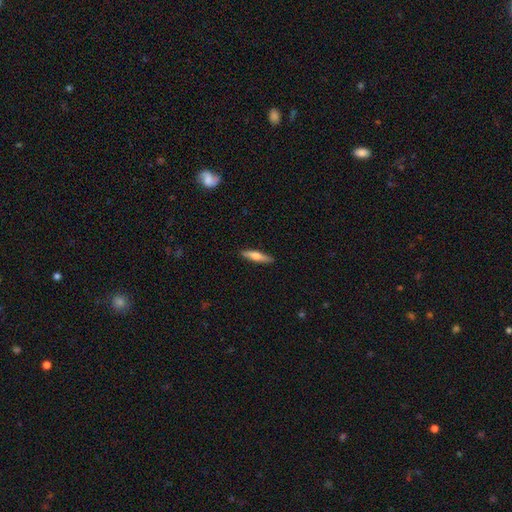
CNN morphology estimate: A smooth galaxy with no disk features (59%) that is cigar-shaped (79%).

Vote fractions:
- Smooth or featured? smooth: 59% / featured or disk: 35% / star or artifact: 6%
- How rounded? cigar-shaped: 79% / in between: 20% / round: 2%
- Merging? none: 89% / minor disturbance: 8% / major disturbance: 2% / merger: 1%